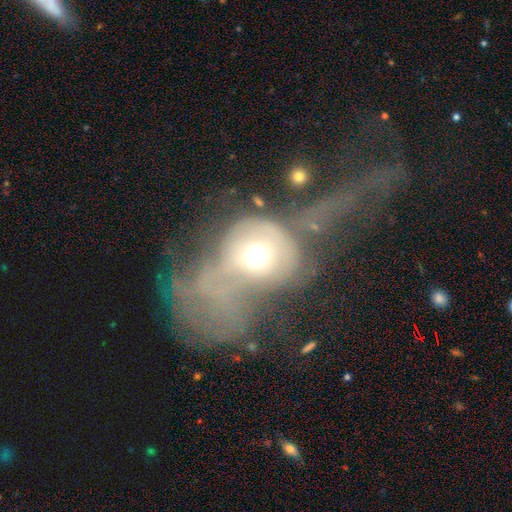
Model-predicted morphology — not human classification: smooth 46%, featured or disk 43%, star or artifact 11%. Down the decision tree: merging — major disturbance (62%).